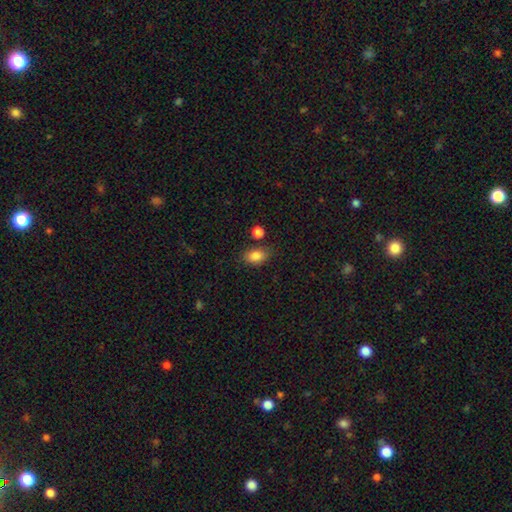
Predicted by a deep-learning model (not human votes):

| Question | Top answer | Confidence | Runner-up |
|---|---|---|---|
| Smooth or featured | smooth | 84% | star or artifact (9%) |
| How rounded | in between | 84% | round (14%) |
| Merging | none | 75% | minor disturbance (15%) |